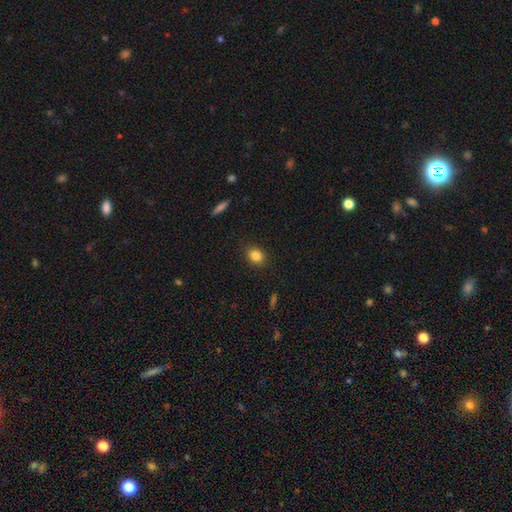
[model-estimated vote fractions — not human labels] Morphology: type=smooth (84%); roundness=in between (50%); merging=none (87%).